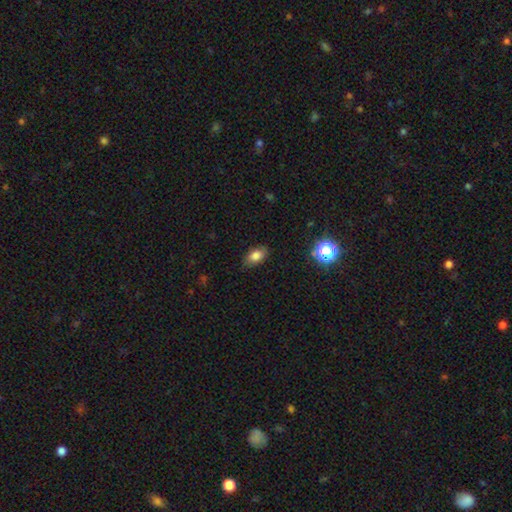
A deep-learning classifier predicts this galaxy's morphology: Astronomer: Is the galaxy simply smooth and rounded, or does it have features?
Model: smooth — 80%.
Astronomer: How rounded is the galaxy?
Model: in between — 88%.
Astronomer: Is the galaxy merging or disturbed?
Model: none — 82%.